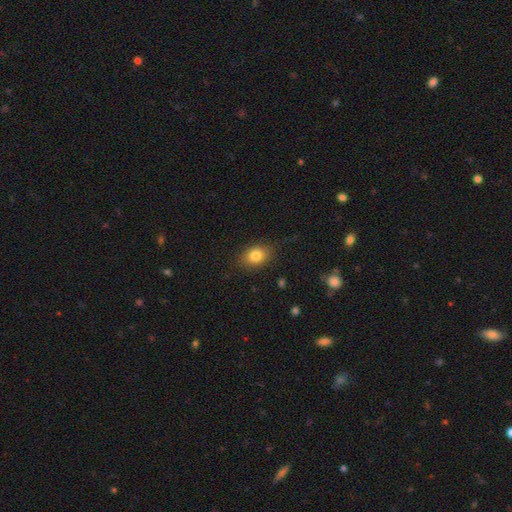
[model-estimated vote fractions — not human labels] Overall: smooth (82%). How rounded: in between (68%; round 31%). Merging: none (83%).